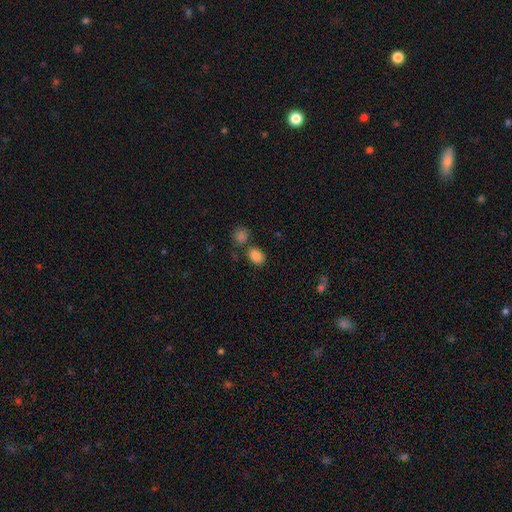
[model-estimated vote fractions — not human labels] Smooth or featured? Predicted: smooth (p=0.85). How rounded? Predicted: in between (p=0.69). Merging? Predicted: none (p=0.65).